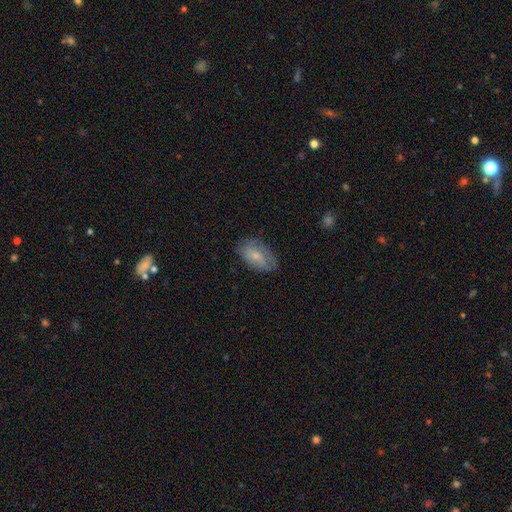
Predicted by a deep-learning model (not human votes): smooth 61%, featured or disk 31%, star or artifact 7%. Down the decision tree: how rounded — in between (90%); merging — none (66%).